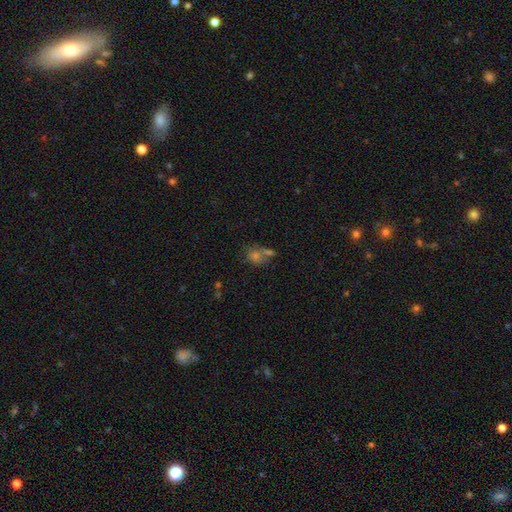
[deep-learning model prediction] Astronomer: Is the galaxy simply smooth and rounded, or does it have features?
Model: smooth — 57%.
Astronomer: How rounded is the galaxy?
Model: round — 55% (runner-up: in between, 43%).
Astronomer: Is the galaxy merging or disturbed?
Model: none — 43% (runner-up: merger, 36%).